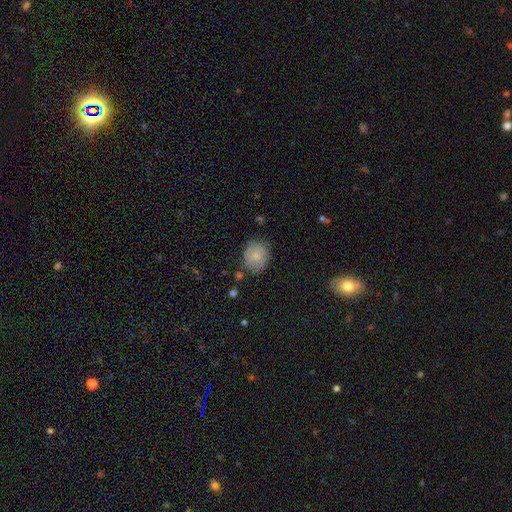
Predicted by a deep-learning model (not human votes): smooth-or-featured: smooth: 72% | featured or disk: 20% | star or artifact: 7%
  how-rounded: round: 53% | in between: 46% | cigar-shaped: 1%
  merging: none: 72% | minor disturbance: 21% | major disturbance: 5% | merger: 3%